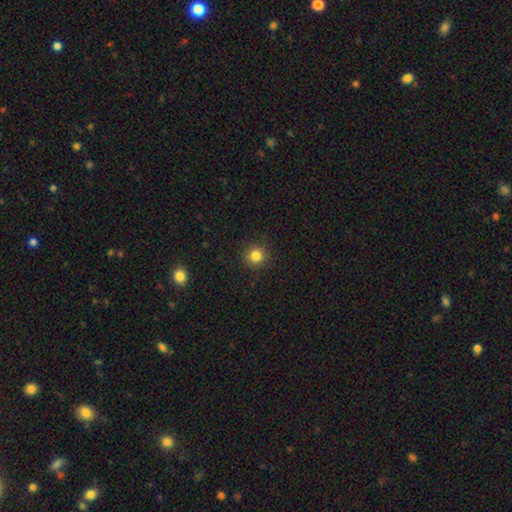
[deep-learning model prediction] Overall: smooth (83%). How rounded: round (94%). Merging: none (91%).